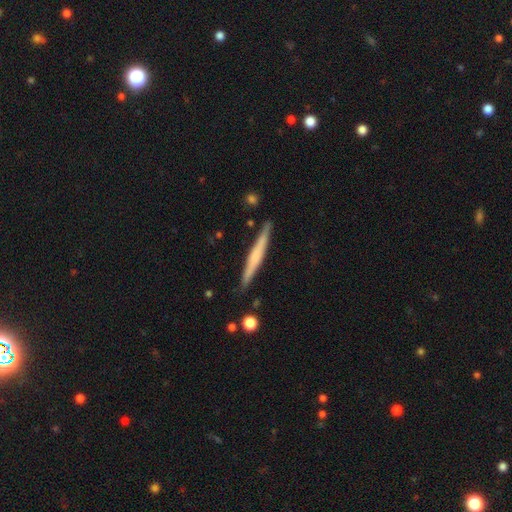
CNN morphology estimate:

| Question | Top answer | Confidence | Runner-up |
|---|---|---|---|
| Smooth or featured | featured or disk | 51% | smooth (44%) |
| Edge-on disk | yes | 97% | no (3%) |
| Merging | none | 88% | minor disturbance (9%) |